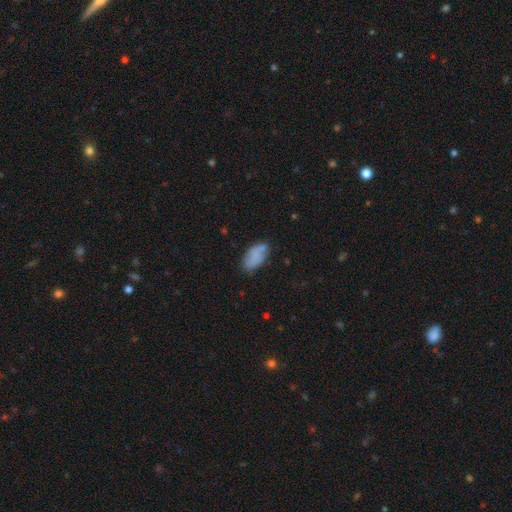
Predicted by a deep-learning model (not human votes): Smooth or featured: smooth — 71% (featured or disk — 21%)
How rounded: in between — 93% (round — 4%)
Merging: none — 56% (minor disturbance — 25%)